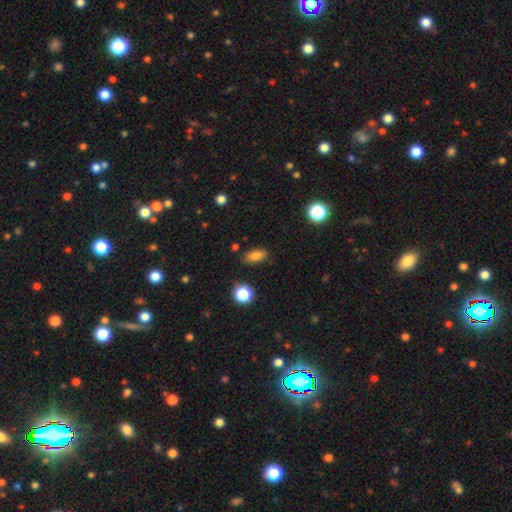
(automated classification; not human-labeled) Smooth or featured? Predicted: smooth (p=0.82). How rounded? Predicted: in between (p=0.86). Merging? Predicted: none (p=0.84).